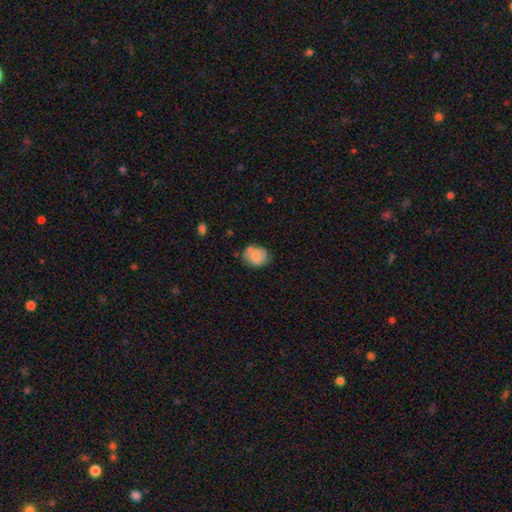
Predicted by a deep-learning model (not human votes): Smooth or featured? smooth (73%)
How rounded? round (56%)
Merging? none (65%)